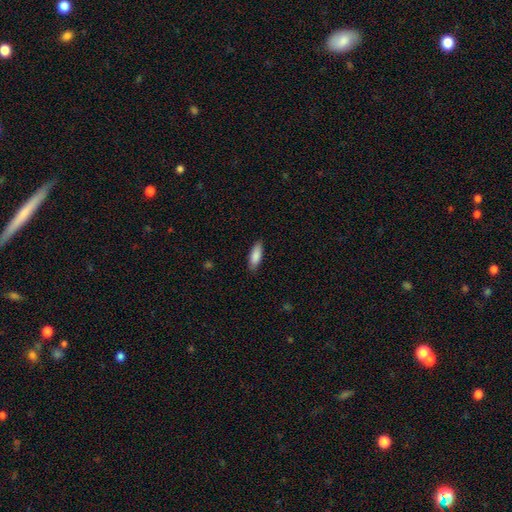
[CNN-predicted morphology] type=smooth (87%); roundness=in between (65%); merging=none (86%).